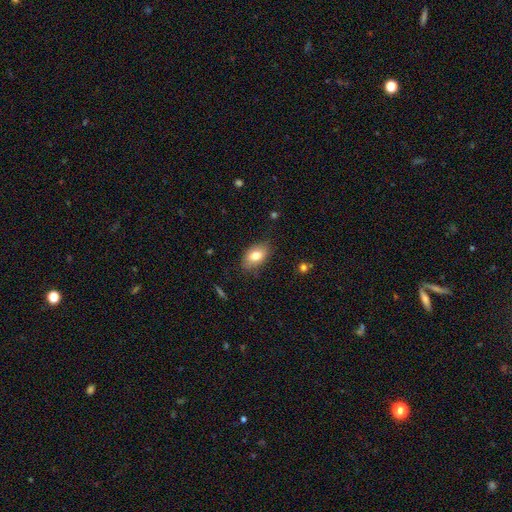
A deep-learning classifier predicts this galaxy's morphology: Smooth or featured?
  - smooth: 79% *
  - featured or disk: 14%
  - star or artifact: 8%
How rounded?
  - in between: 89% *
  - round: 9%
  - cigar-shaped: 2%
Merging?
  - none: 78% *
  - minor disturbance: 17%
  - major disturbance: 3%
  - merger: 1%